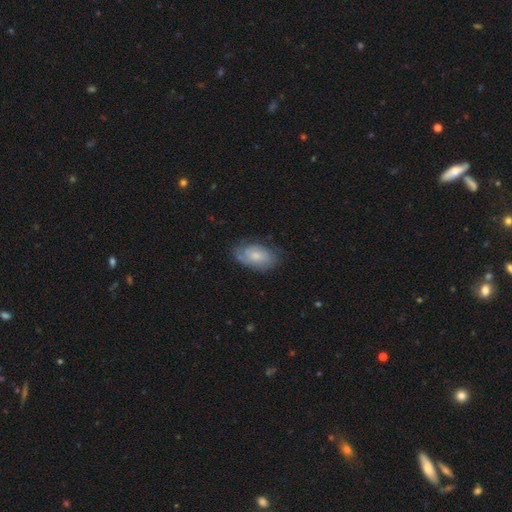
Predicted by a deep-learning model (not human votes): smooth-or-featured: featured or disk: 48% | smooth: 45% | star or artifact: 7%
  merging: none: 65% | minor disturbance: 25% | major disturbance: 9% | merger: 2%